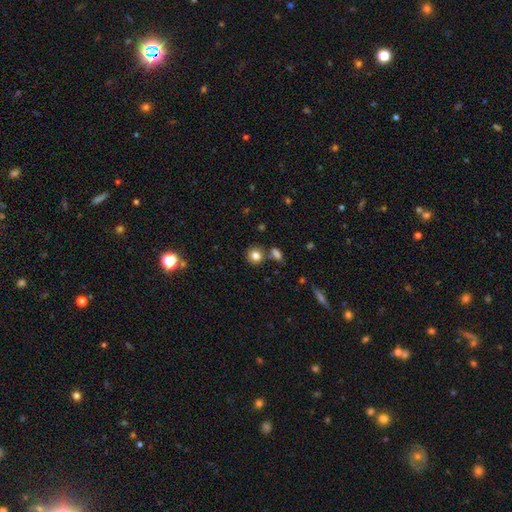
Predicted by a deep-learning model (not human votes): This is clearly a smooth galaxy (82%). How rounded: clearly round (86%). Merging: likely none (75%).